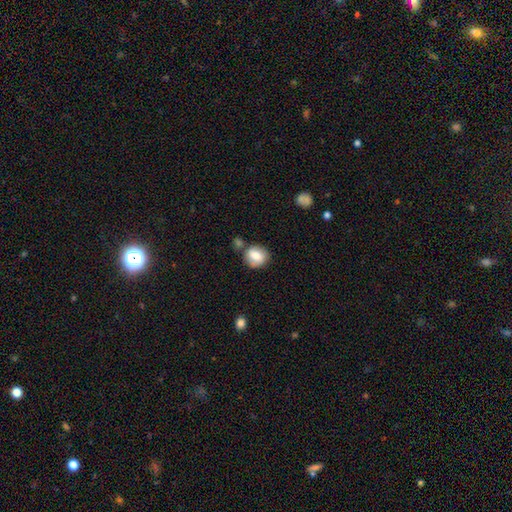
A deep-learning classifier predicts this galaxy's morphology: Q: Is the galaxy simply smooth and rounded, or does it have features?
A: smooth — 78%.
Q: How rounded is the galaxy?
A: round — 78%.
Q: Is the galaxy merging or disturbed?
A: none — 66%.